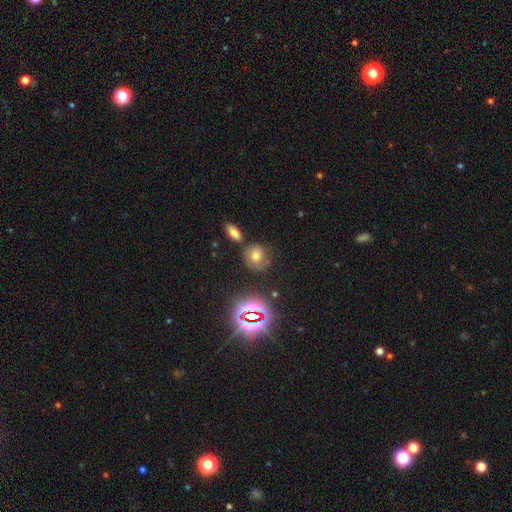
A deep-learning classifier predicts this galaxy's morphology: Overall: star or artifact (70%).